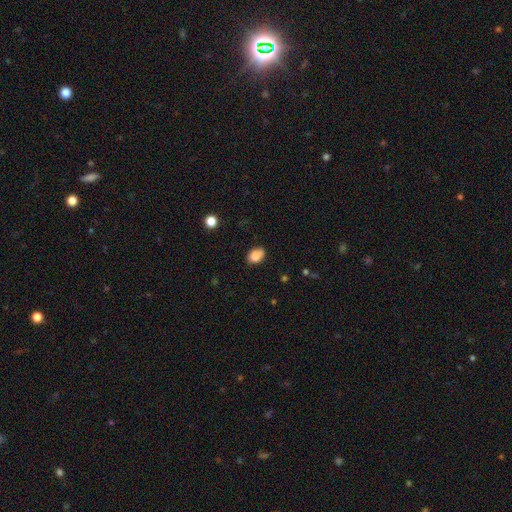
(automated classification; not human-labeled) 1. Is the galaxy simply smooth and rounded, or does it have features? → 85% smooth, 9% star or artifact, 6% featured or disk.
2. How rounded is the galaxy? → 81% in between, 18% round, 1% cigar-shaped.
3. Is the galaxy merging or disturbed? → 74% none, 20% minor disturbance, 4% major disturbance, 2% merger.